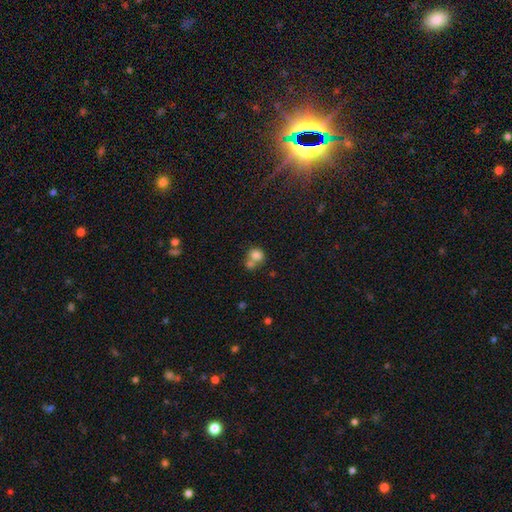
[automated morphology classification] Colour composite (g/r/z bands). It shows a smooth galaxy with no disk features (79%) that is round (71%). Merging: merger (53%).